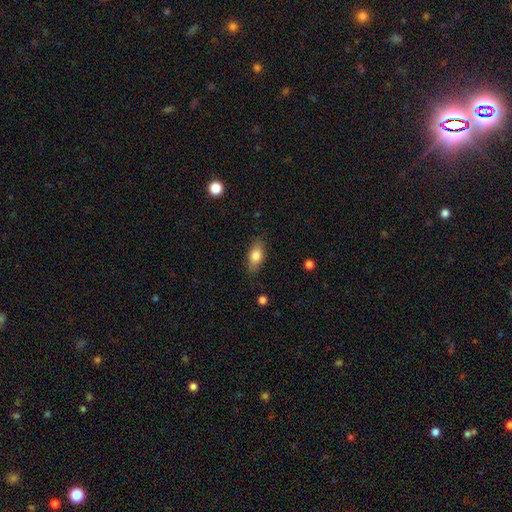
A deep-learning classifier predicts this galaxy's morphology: Q: Smooth or featured?
A: smooth (79%); runner-up: featured or disk (14%)
Q: How rounded?
A: in between (84%); runner-up: cigar-shaped (11%)
Q: Merging?
A: none (82%); runner-up: minor disturbance (14%)